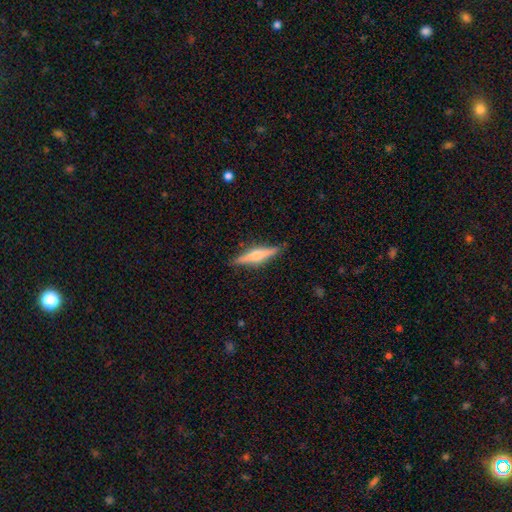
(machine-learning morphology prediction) Smooth or featured? featured or disk (67%)
Edge-on disk? yes (97%)
Edge-on bulge? rounded (90%)
Merging? none (88%)